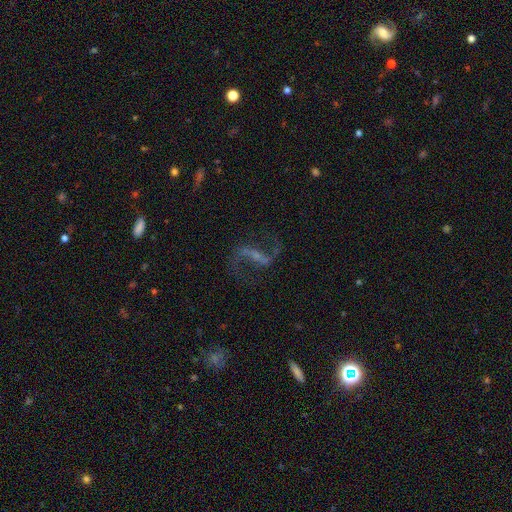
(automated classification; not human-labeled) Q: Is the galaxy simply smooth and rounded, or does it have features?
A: featured or disk — 84%.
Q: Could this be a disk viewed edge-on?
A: no — 95%.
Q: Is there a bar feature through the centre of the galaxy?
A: strong — 49%.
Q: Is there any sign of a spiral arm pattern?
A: yes — 94%.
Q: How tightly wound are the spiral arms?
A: loose — 77%.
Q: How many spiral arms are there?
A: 2 — 93%.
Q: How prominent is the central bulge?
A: small — 46%.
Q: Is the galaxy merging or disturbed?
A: none — 74%.